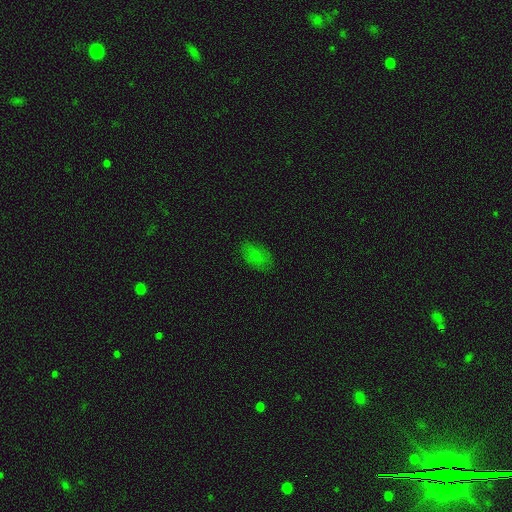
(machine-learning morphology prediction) smooth_or_featured: smooth (p=0.73) [alt: star or artifact p=0.15]
how_rounded: in between (p=0.91) [alt: round p=0.07]
merging: none (p=0.76) [alt: minor disturbance p=0.18]